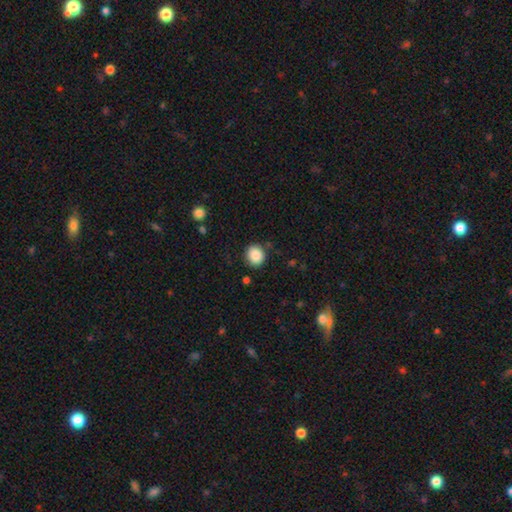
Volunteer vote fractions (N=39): smooth-or-featured: smooth: 92% | star or artifact: 5% | featured or disk: 3%
  how-rounded: round: 86% | in between: 14% | cigar-shaped: 0%
  merging: none: 86% | major disturbance: 5% | merger: 5% | minor disturbance: 3%